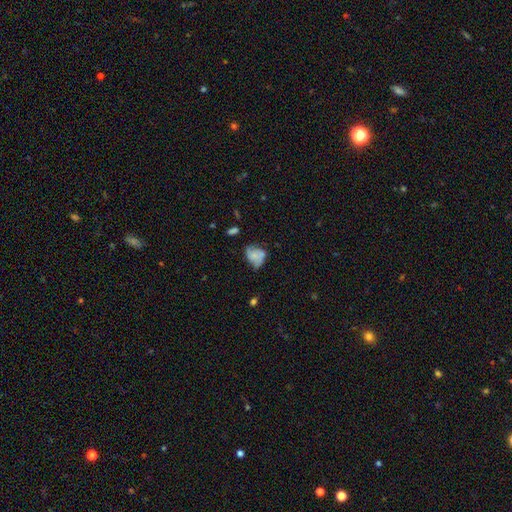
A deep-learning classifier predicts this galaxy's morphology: A smooth galaxy with no disk features (49%). Merging: none (39%).